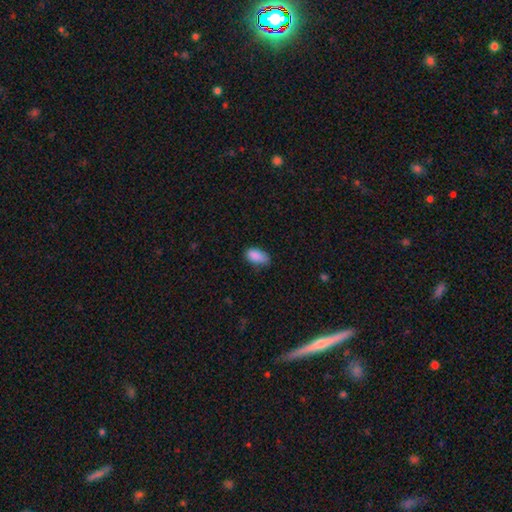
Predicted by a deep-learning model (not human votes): This is clearly a smooth galaxy (88%). How rounded: clearly in between (93%). Merging: likely none (65%).